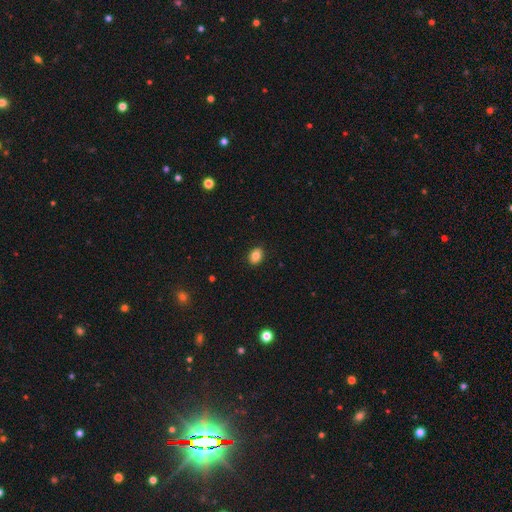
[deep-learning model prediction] Overall: smooth (85%). How rounded: in between (69%; round 30%). Merging: none (89%).